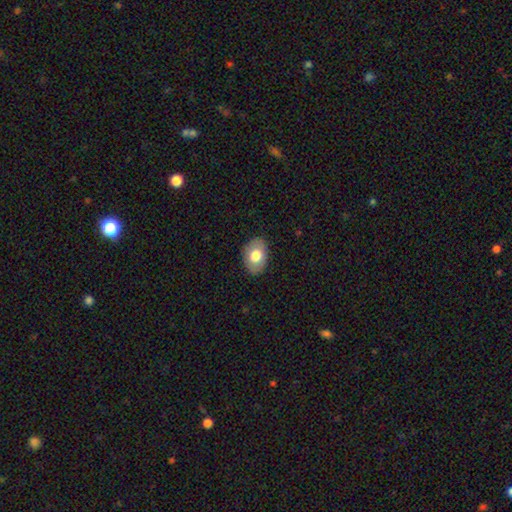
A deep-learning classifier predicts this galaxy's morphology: Smooth or featured? Predicted: smooth (p=0.75). How rounded? Predicted: in between (p=0.84). Merging? Predicted: none (p=0.86).